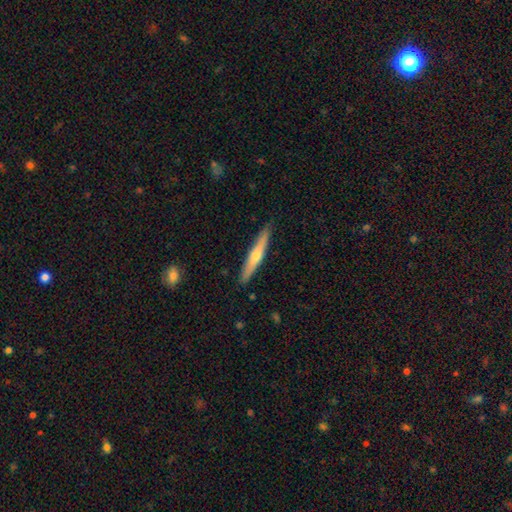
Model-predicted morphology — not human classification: type=featured or disk (51%); edge-on=yes (95%); merging=none (89%).